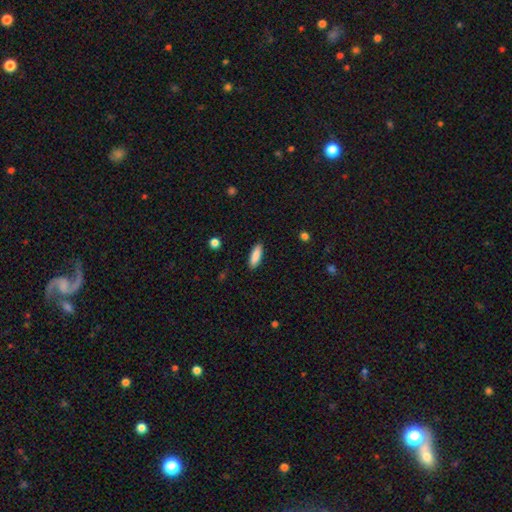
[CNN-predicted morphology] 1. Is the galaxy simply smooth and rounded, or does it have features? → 88% smooth, 6% featured or disk, 6% star or artifact.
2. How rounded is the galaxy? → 54% in between, 45% cigar-shaped, 2% round.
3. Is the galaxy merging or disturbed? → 89% none, 8% minor disturbance, 2% major disturbance, 1% merger.